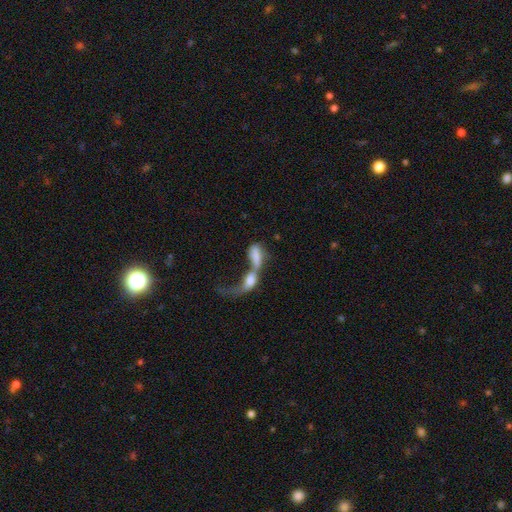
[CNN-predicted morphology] smooth-or-featured: smooth: 58% | featured or disk: 33% | star or artifact: 9%
  how-rounded: in between: 72% | cigar-shaped: 22% | round: 7%
  merging: merger: 78% | major disturbance: 12% | none: 6% | minor disturbance: 4%